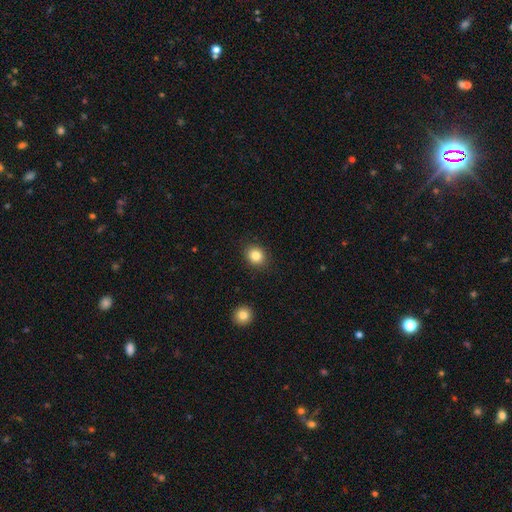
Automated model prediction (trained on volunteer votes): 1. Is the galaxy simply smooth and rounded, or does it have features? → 83% smooth, 11% star or artifact, 6% featured or disk.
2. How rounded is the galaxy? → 72% round, 28% in between, 1% cigar-shaped.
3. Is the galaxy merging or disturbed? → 89% none, 8% minor disturbance, 2% major disturbance, 1% merger.